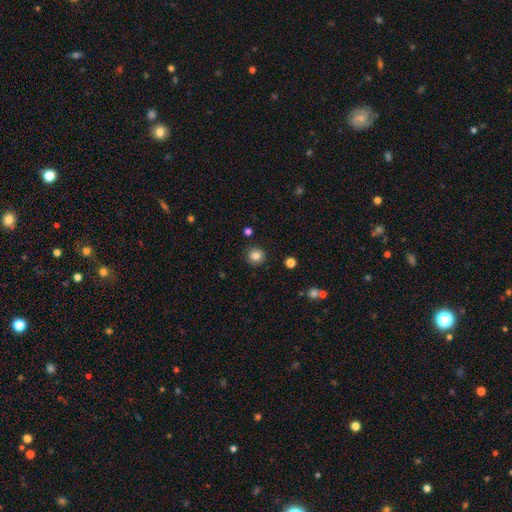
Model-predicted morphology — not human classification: The model was most divided on "smooth or featured": smooth: 84%, star or artifact: 10%, featured or disk: 6%. More confident: how rounded — round (93%); merging — none (90%).